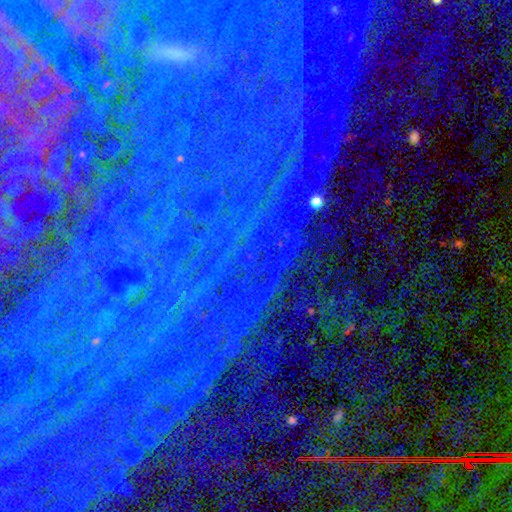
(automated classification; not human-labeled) Smooth or featured? star or artifact (82%)